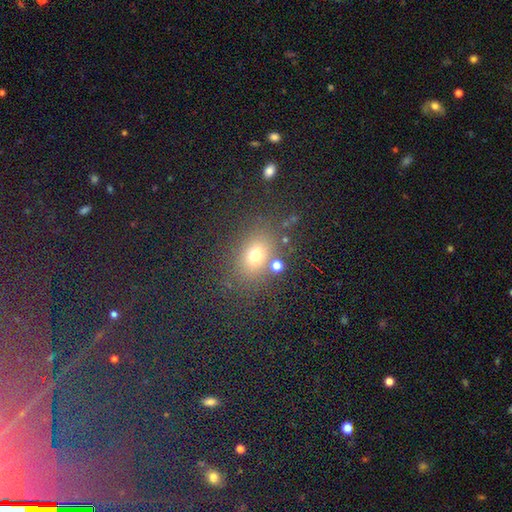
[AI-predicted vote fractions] smooth_or_featured: smooth (p=0.68) [alt: star or artifact p=0.20]
how_rounded: in between (p=0.53) [alt: round p=0.45]
merging: none (p=0.74) [alt: minor disturbance p=0.12]